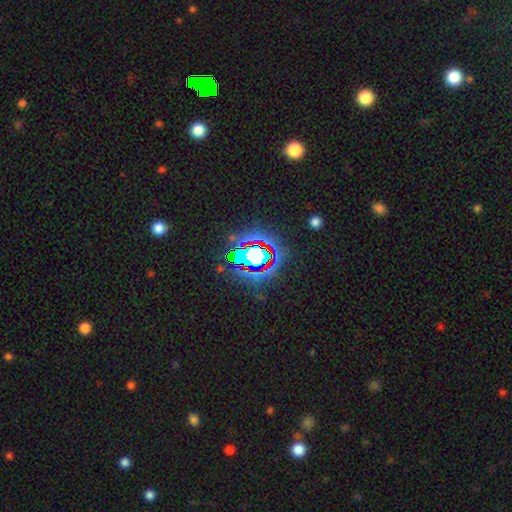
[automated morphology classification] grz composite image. It shows a star or artifact, not a galaxy (68%).